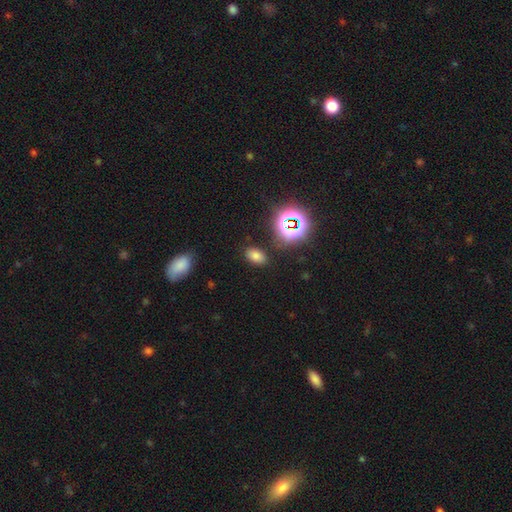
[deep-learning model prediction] This appears to be a smooth galaxy with no disk features (71%) that is in between round and cigar-shaped (87%). Merging: none (84%).